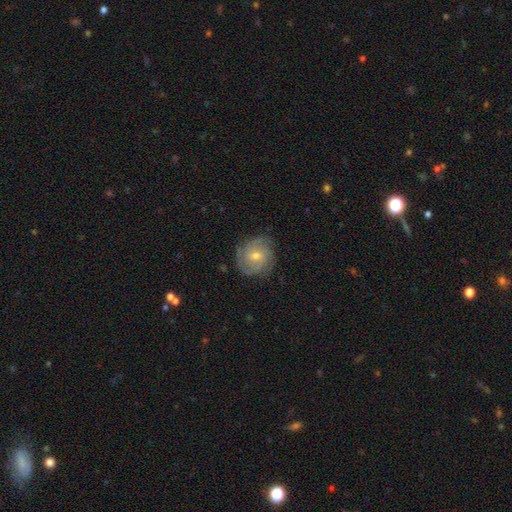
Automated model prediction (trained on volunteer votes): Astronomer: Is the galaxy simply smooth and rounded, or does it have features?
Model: featured or disk — 69%.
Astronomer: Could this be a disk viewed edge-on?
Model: no — 97%.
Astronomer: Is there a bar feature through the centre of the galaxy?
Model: no — 61%.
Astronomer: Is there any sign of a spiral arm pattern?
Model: yes — 91%.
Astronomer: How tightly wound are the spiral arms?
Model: tight — 62%.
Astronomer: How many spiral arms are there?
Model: can't tell — 32% (runner-up: 3, 25%).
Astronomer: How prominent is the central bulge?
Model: moderate — 50% (runner-up: small, 46%).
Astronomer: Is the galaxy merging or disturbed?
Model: none — 81%.